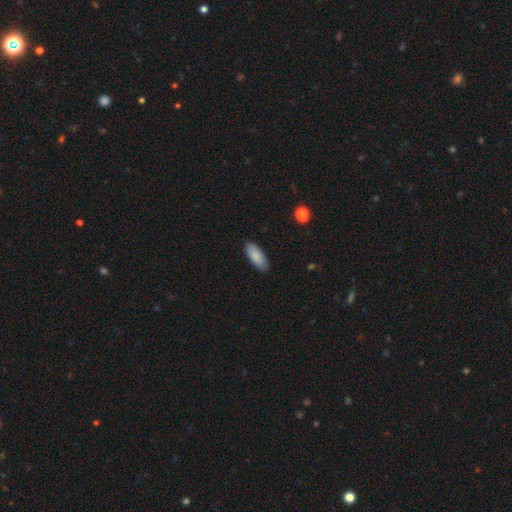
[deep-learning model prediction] A smooth galaxy with no disk features (87%) that is in between round and cigar-shaped (82%). Merging: none (85%).